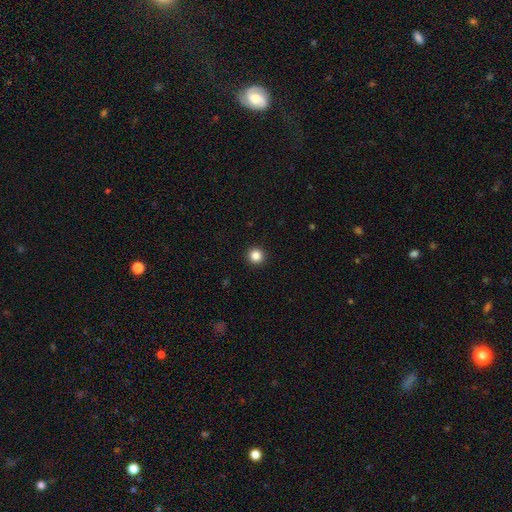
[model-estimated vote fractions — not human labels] This appears to be a smooth galaxy with no disk features (86%) that is round (96%). Merging: none (94%).